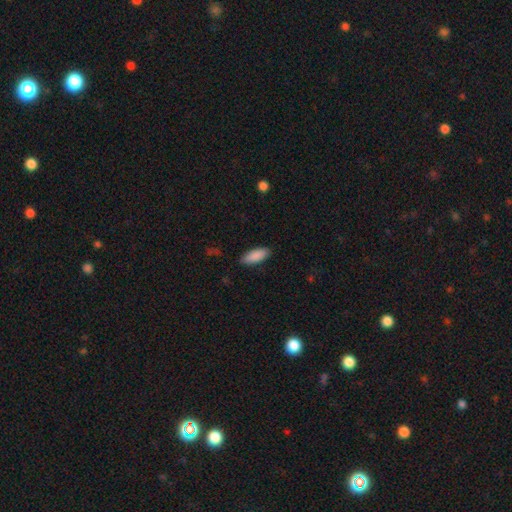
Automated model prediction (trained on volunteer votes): Q: Smooth or featured?
A: smooth (90%); runner-up: star or artifact (6%)
Q: How rounded?
A: in between (79%); runner-up: cigar-shaped (19%)
Q: Merging?
A: none (87%); runner-up: minor disturbance (10%)